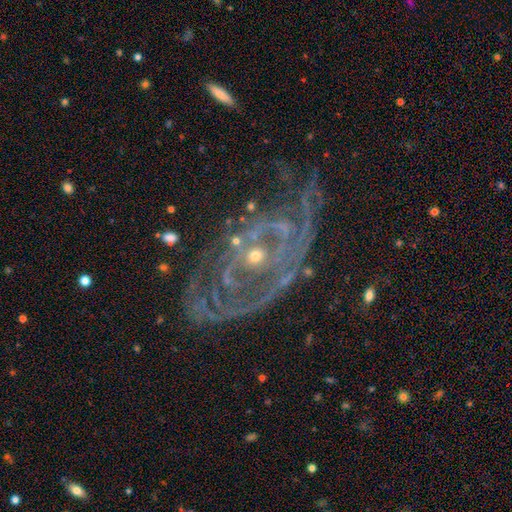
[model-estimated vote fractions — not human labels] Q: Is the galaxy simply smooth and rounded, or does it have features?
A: featured or disk — 87%.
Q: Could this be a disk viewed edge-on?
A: no — 96%.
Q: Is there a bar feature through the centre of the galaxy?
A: no — 70%.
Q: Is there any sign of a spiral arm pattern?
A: yes — 91%.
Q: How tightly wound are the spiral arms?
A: tight — 55%.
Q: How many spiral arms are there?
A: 2 — 37%.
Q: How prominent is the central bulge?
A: small — 68%.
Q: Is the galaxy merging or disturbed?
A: none — 55%.